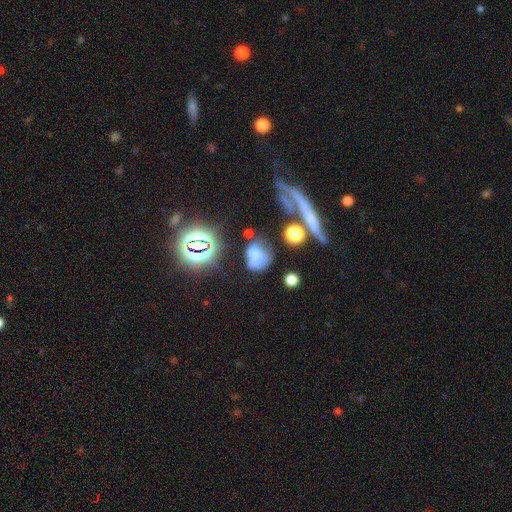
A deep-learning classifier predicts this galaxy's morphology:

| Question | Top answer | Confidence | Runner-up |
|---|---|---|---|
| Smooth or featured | smooth | 53% | featured or disk (28%) |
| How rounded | in between | 54% | round (44%) |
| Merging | none | 31% | major disturbance (27%) |